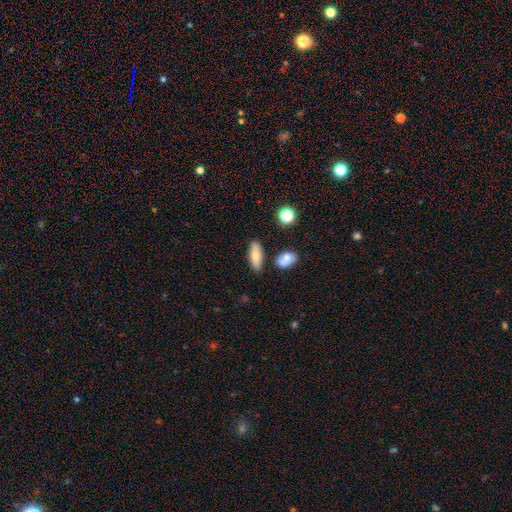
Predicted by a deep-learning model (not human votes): This is likely a smooth galaxy (76%). How rounded: likely in between (69%). Merging: likely none (78%).